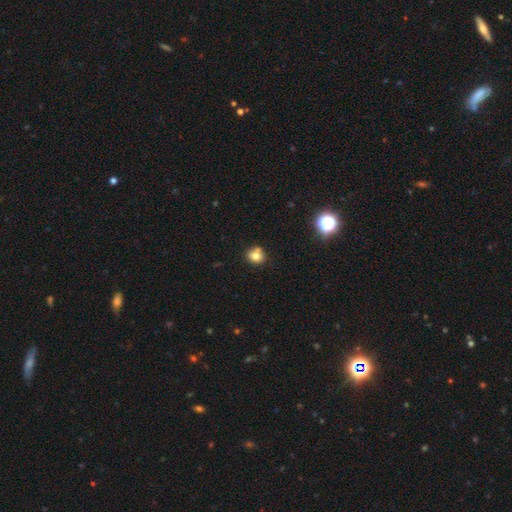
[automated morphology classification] This appears to be a smooth galaxy with no disk features (78%) that is round (77%). Merging: none (64%).